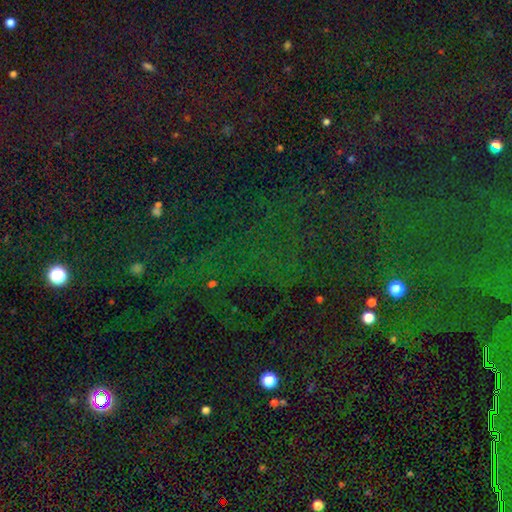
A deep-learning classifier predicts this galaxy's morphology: smooth_or_featured: star or artifact (p=0.79) [alt: smooth p=0.13]